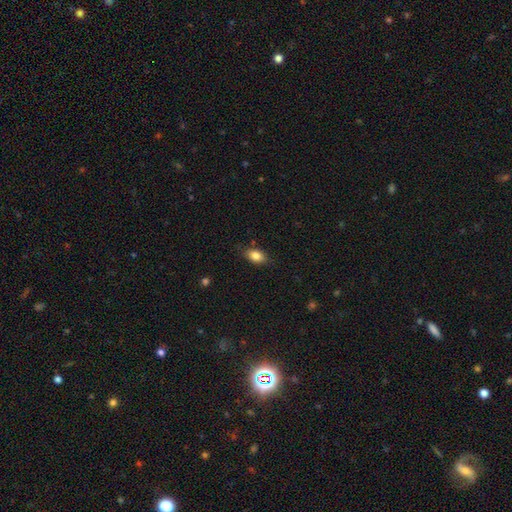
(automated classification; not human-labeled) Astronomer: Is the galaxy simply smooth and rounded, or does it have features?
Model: smooth — 84%.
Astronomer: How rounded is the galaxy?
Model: in between — 86%.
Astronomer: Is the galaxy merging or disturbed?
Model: none — 81%.